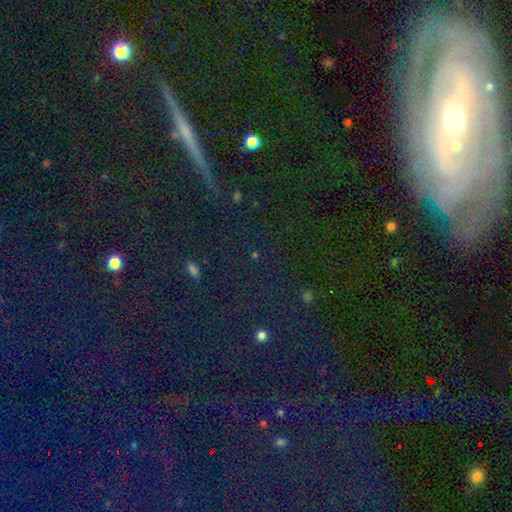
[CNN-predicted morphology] smooth_or_featured: star or artifact (p=0.57) [alt: featured or disk p=0.23]